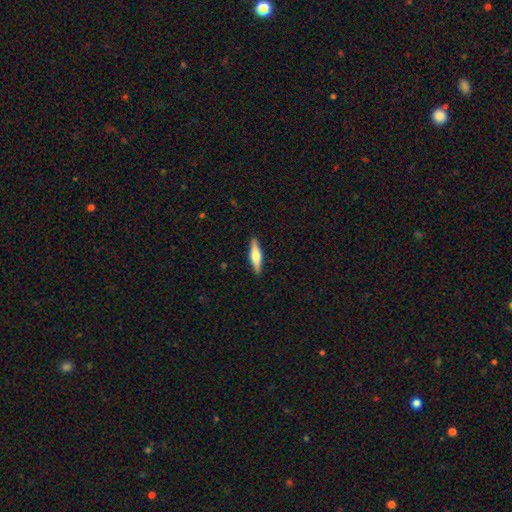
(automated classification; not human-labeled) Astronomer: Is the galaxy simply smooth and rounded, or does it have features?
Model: featured or disk — 50% (runner-up: smooth, 45%).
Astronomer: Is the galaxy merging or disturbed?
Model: none — 90%.